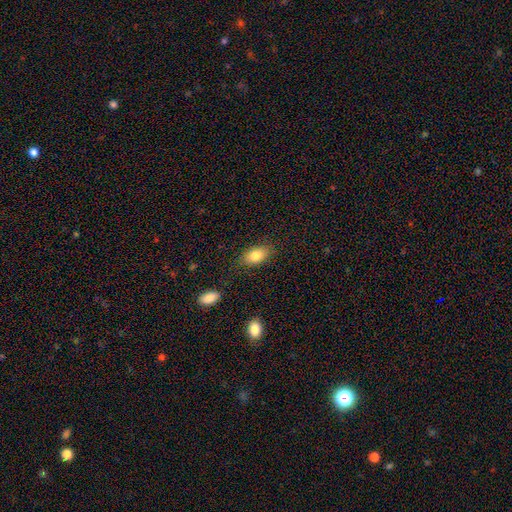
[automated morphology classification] A smooth galaxy with no disk features (83%) that is in between round and cigar-shaped (90%).

Vote fractions:
- Smooth or featured? smooth: 83% / featured or disk: 10% / star or artifact: 8%
- How rounded? in between: 90% / round: 6% / cigar-shaped: 4%
- Merging? none: 83% / minor disturbance: 12% / major disturbance: 3% / merger: 2%